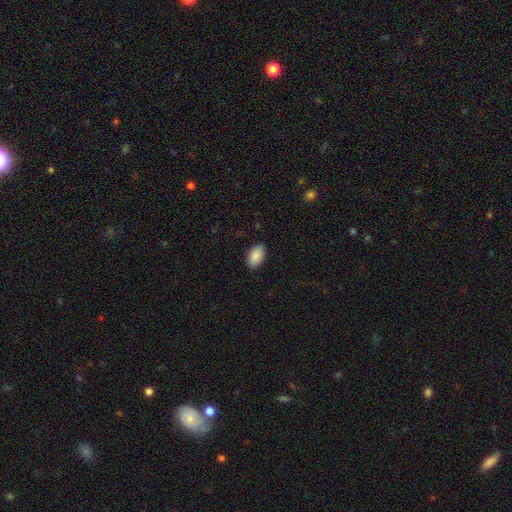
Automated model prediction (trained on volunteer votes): smooth 90%, star or artifact 7%, featured or disk 4%. Down the decision tree: how rounded — in between (94%); merging — none (88%).